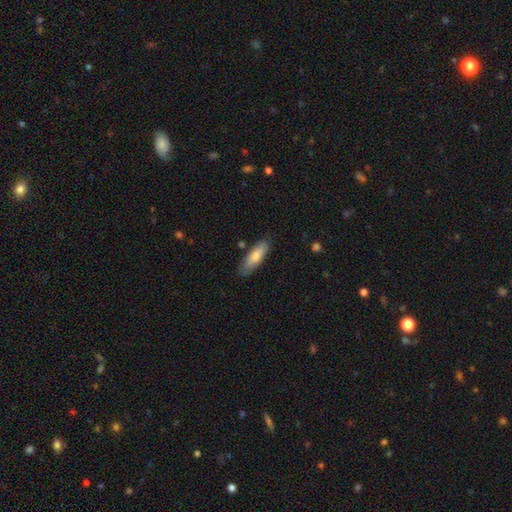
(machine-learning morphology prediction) The model was most divided on "how rounded": in between: 55%, cigar-shaped: 43%, round: 2%. More confident: smooth or featured — smooth (79%); merging — none (78%).